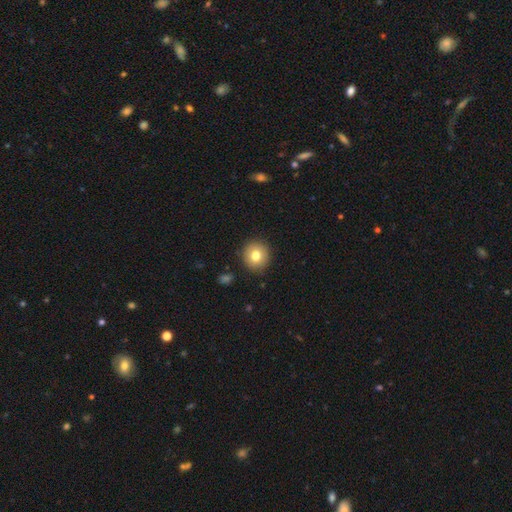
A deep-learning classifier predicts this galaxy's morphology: This is likely a smooth galaxy (78%). How rounded: clearly round (91%). Merging: clearly none (91%).